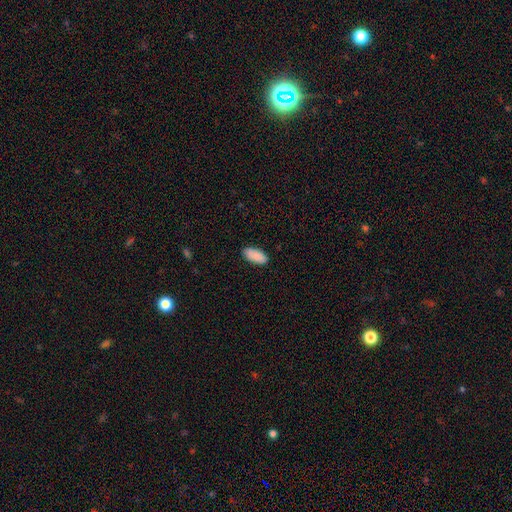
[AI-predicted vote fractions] This is clearly a smooth galaxy (89%). How rounded: clearly in between (89%). Merging: clearly none (87%).